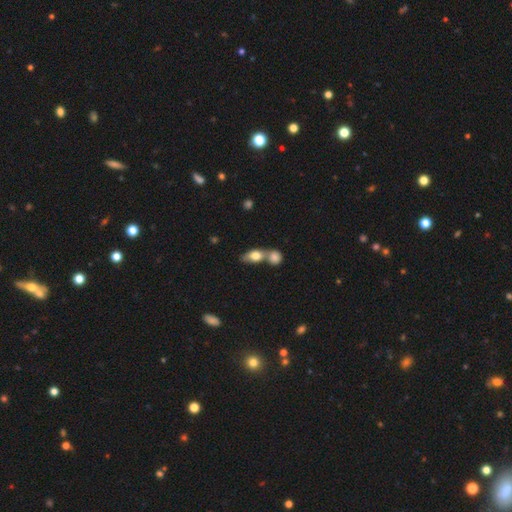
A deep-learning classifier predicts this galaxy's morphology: The model was most divided on "merging": merger: 59%, none: 29%, minor disturbance: 8%, major disturbance: 4%. More confident: smooth or featured — smooth (76%); how rounded — in between (75%).